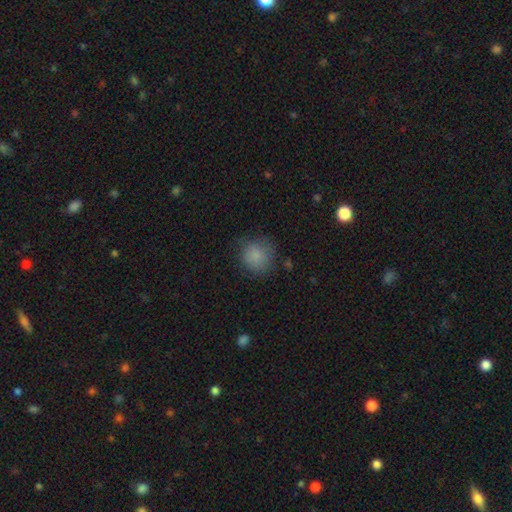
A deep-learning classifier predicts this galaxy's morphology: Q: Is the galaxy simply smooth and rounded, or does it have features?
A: smooth — 85%.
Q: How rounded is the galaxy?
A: round — 90%.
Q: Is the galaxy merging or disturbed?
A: none — 78%.